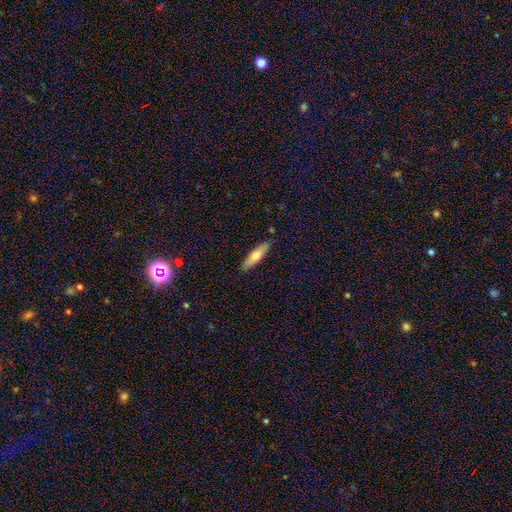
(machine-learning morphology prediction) Smooth or featured: smooth — 60% (featured or disk — 34%)
How rounded: cigar-shaped — 65% (in between — 33%)
Merging: none — 87% (minor disturbance — 10%)